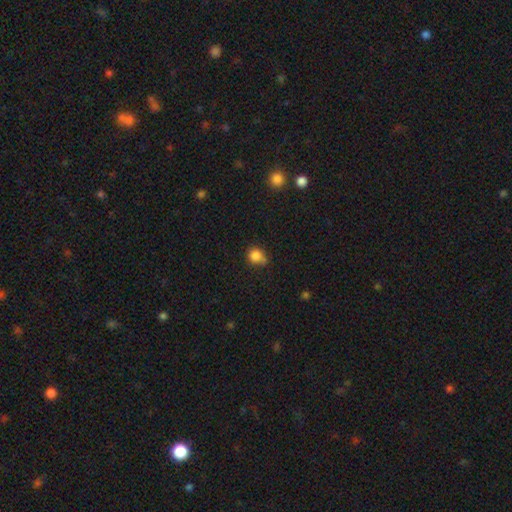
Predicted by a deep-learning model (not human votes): A smooth galaxy with no disk features (82%) that is round (77%). Merging: none (57%).